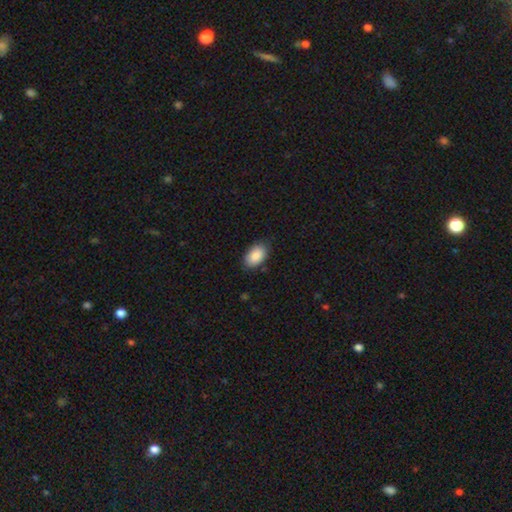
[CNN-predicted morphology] type=smooth (89%); roundness=in between (93%); merging=none (82%).